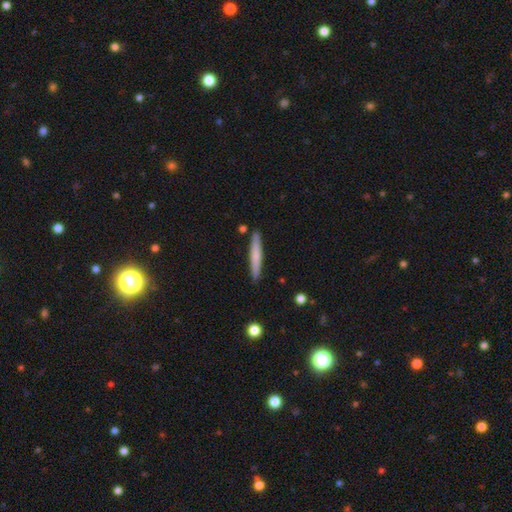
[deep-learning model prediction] Overall: smooth (67%; featured or disk 28%). How rounded: cigar-shaped (95%). Merging: none (89%).